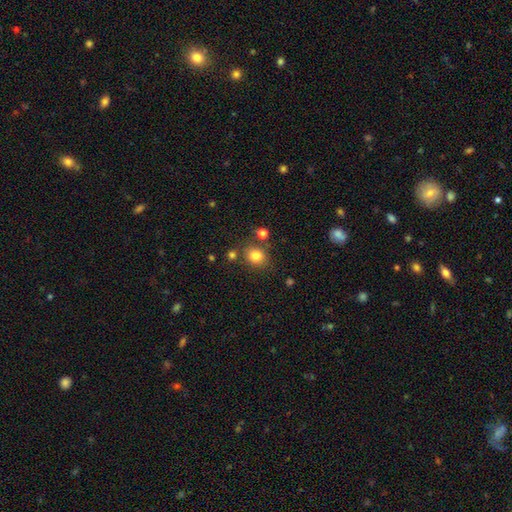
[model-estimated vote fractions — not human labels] Morphology: type=smooth (80%); roundness=round (70%); merging=none (76%).